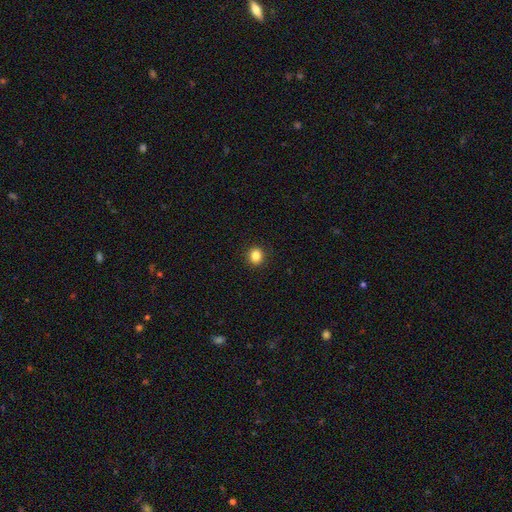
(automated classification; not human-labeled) smooth_or_featured: smooth (p=0.84) [alt: star or artifact p=0.11]
how_rounded: round (p=0.80) [alt: in between p=0.19]
merging: none (p=0.92) [alt: minor disturbance p=0.06]